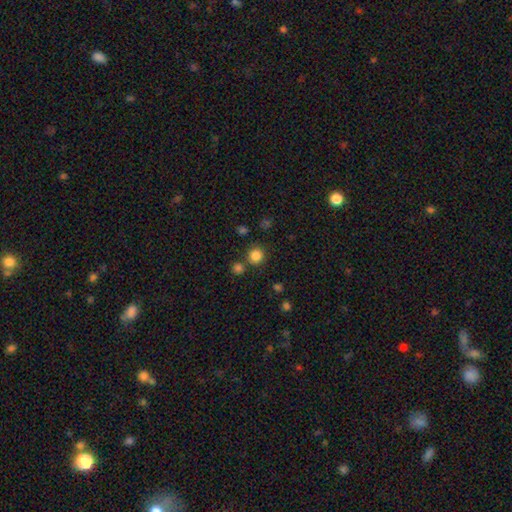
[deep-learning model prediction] smooth-or-featured: smooth: 83% | star or artifact: 13% | featured or disk: 4%
  how-rounded: round: 92% | in between: 7% | cigar-shaped: 1%
  merging: none: 79% | merger: 11% | minor disturbance: 7% | major disturbance: 3%